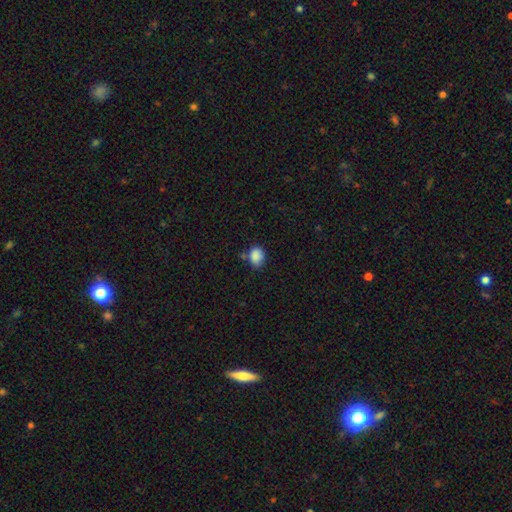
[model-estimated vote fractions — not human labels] smooth-or-featured: smooth: 87% | star or artifact: 9% | featured or disk: 4%
  how-rounded: in between: 58% | round: 41% | cigar-shaped: 1%
  merging: none: 62% | minor disturbance: 24% | merger: 9% | major disturbance: 5%